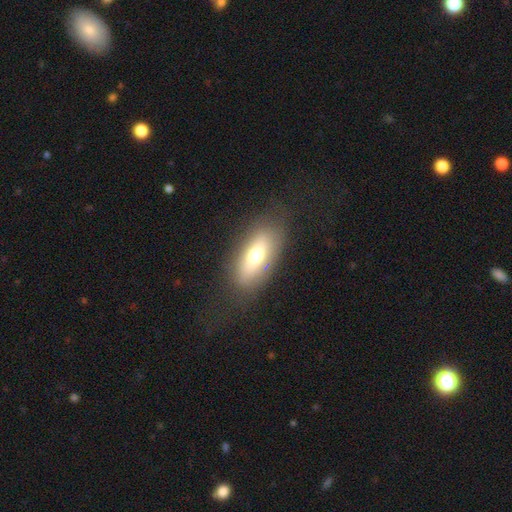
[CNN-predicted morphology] This is likely a smooth galaxy (66%). How rounded: clearly in between (81%). Merging: likely none (78%).